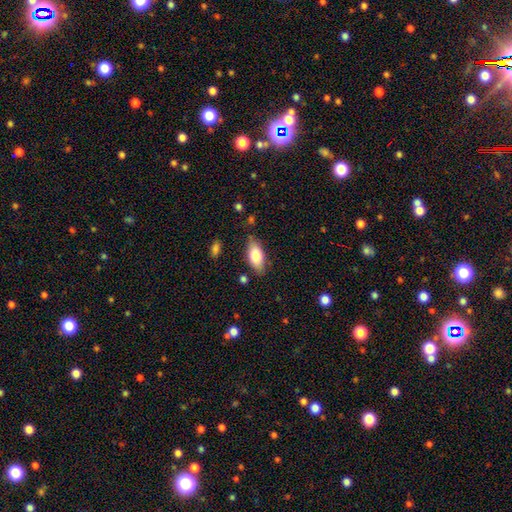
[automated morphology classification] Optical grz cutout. It shows a smooth galaxy with no disk features (79%) that is in between round and cigar-shaped (89%). Merging: none (81%).